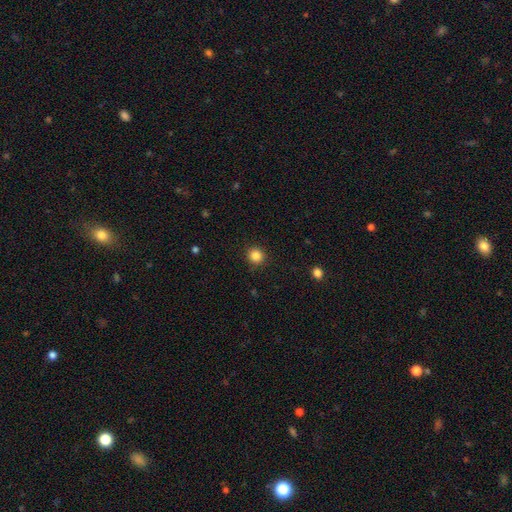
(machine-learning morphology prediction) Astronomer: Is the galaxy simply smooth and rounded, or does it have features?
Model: smooth — 85%.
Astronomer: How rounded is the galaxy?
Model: round — 93%.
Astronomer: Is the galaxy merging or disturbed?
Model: none — 91%.